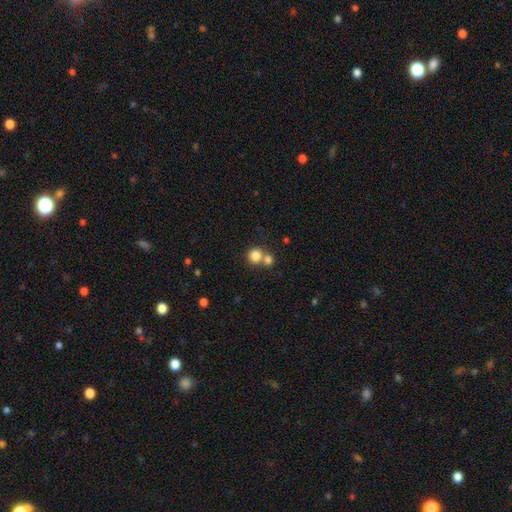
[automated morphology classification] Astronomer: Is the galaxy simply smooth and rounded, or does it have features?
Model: smooth — 82%.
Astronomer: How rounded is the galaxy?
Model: round — 88%.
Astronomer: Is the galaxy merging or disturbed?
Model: none — 49% (runner-up: merger, 41%).